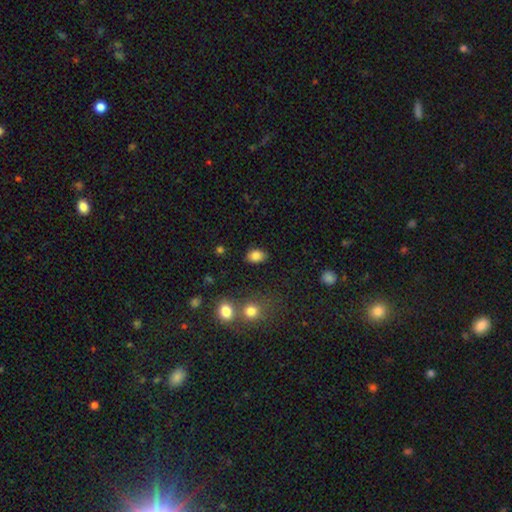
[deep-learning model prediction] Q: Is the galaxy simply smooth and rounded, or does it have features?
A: smooth — 84%.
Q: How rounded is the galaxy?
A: in between — 78%.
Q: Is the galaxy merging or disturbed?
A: none — 83%.